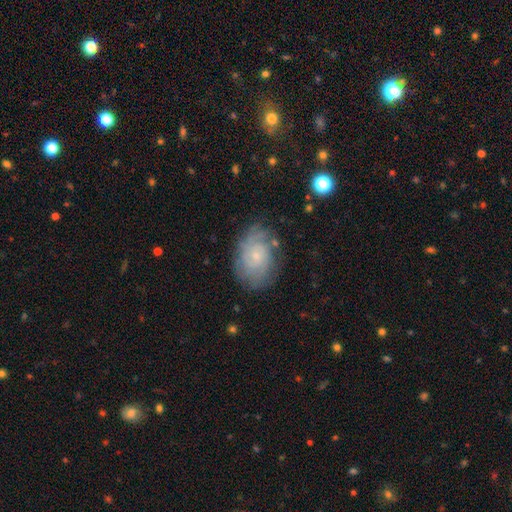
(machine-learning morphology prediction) A featured or disk galaxy (64%) with no bar (79%), tight (66%) spiral arms (86%) and a small central bulge (77%). Merging: none (69%).